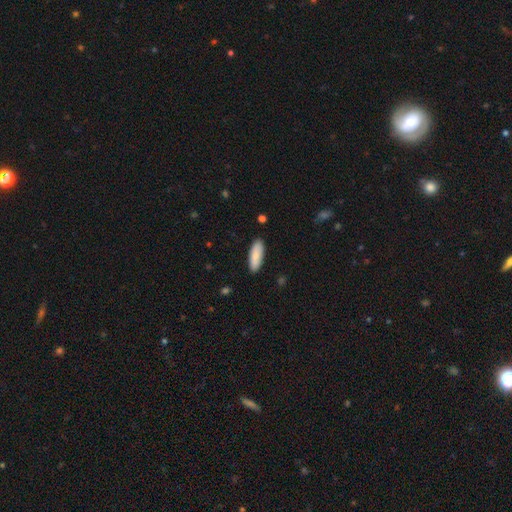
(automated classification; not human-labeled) smooth_or_featured: smooth (p=0.86) [alt: featured or disk p=0.08]
how_rounded: in between (p=0.60) [alt: cigar-shaped p=0.39]
merging: none (p=0.89) [alt: minor disturbance p=0.08]